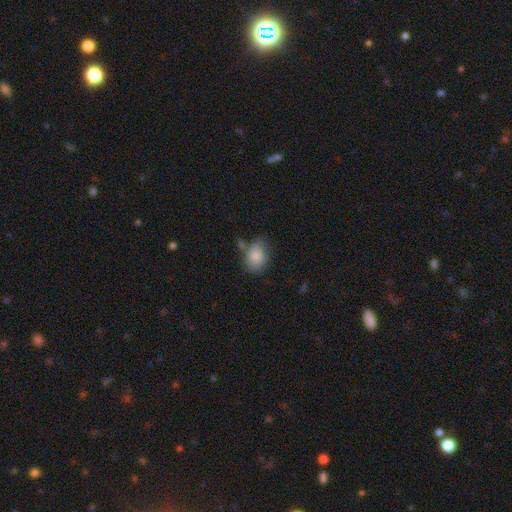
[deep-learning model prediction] Overall: smooth (83%). How rounded: in between (66%; round 33%). Merging: none (56%; minor disturbance 25%).